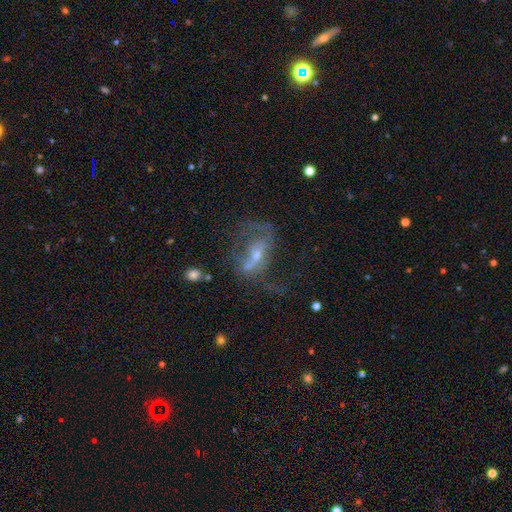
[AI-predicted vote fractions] Smooth or featured? featured or disk (70%)
Edge-on disk? no (91%)
Bar? no (42%)
Spiral arms? yes (61%)
Bulge size? small (51%)
Merging? major disturbance (44%)